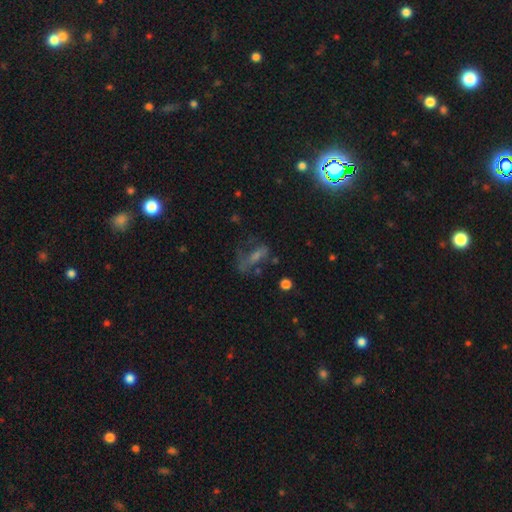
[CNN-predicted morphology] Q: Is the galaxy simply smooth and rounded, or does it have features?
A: featured or disk — 37%.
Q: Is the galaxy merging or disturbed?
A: none — 45%.